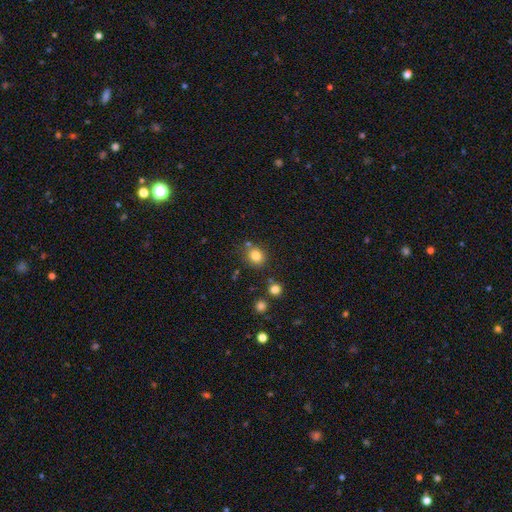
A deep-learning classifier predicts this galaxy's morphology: This appears to be a smooth galaxy with no disk features (81%) that is round (77%). Merging: none (77%).